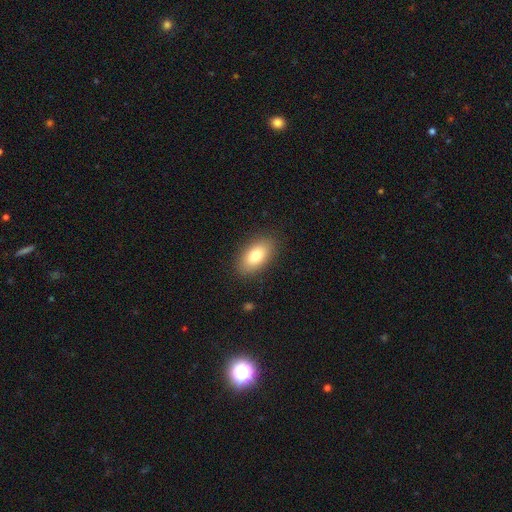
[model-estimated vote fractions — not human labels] Overall: smooth (80%). How rounded: in between (91%). Merging: none (87%).